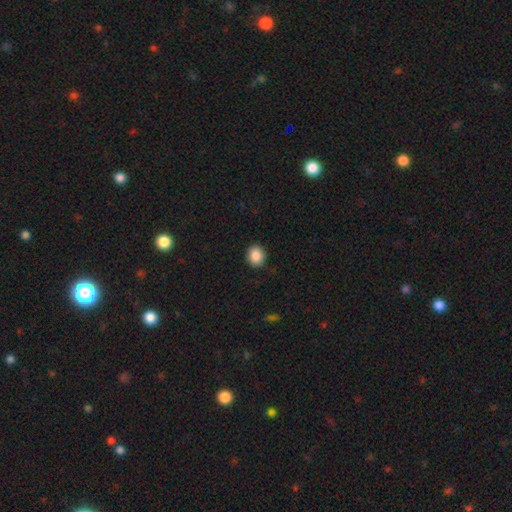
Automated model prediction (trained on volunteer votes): smooth_or_featured: smooth (p=0.88) [alt: star or artifact p=0.09]
how_rounded: round (p=0.76) [alt: in between p=0.23]
merging: none (p=0.90) [alt: minor disturbance p=0.07]